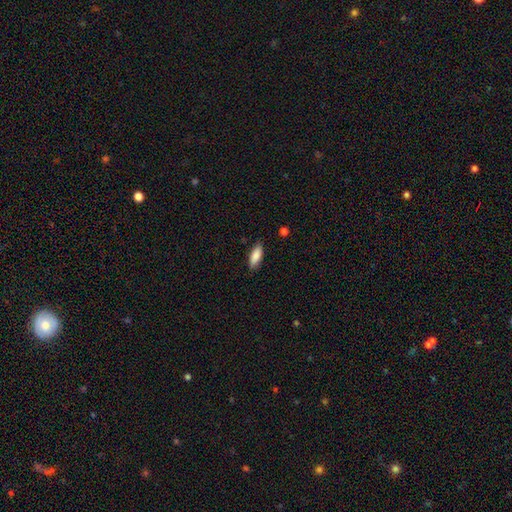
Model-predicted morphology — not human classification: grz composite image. It shows a smooth galaxy with no disk features (86%) that is in between round and cigar-shaped (70%). Merging: none (84%).